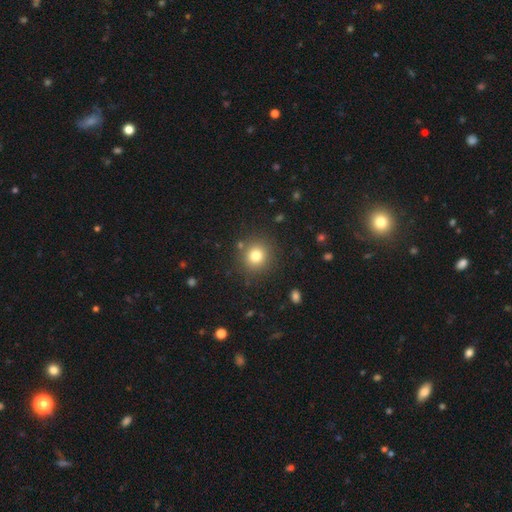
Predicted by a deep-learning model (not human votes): Smooth or featured? Predicted: smooth (p=0.78). How rounded? Predicted: round (p=0.90). Merging? Predicted: none (p=0.87).